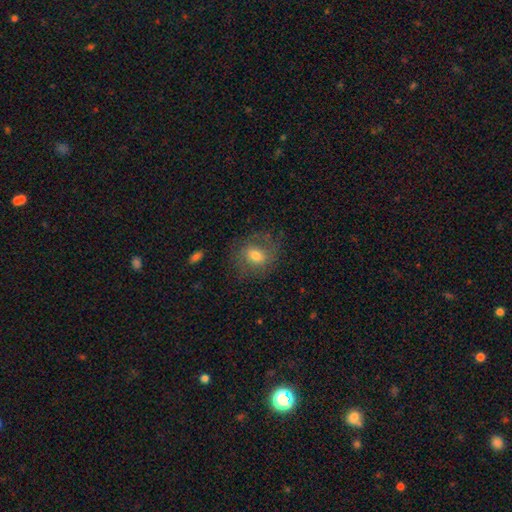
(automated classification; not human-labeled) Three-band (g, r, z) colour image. It shows a smooth galaxy with no disk features (62%) that is round (63%). Merging: none (71%).